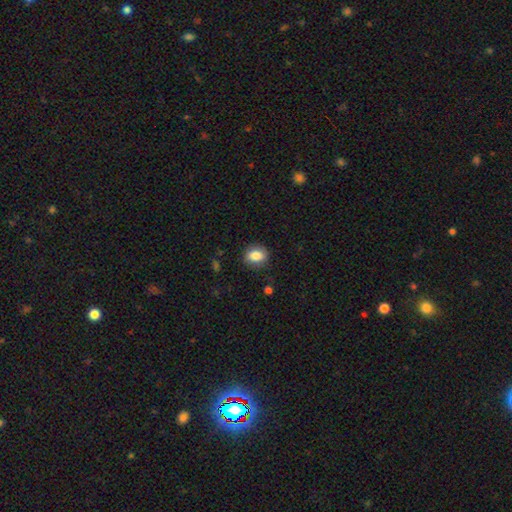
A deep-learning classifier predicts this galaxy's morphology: Smooth or featured: smooth — 82% (featured or disk — 10%)
How rounded: in between — 53% (round — 46%)
Merging: none — 83% (minor disturbance — 12%)